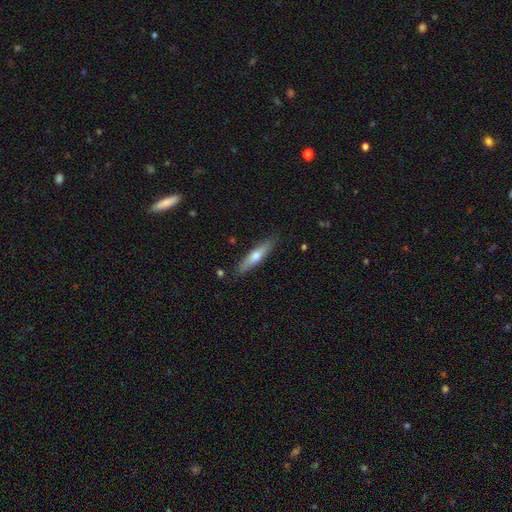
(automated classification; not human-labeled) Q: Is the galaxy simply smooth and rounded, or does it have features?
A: smooth — 53%.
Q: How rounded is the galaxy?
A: cigar-shaped — 84%.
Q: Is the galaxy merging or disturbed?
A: none — 86%.